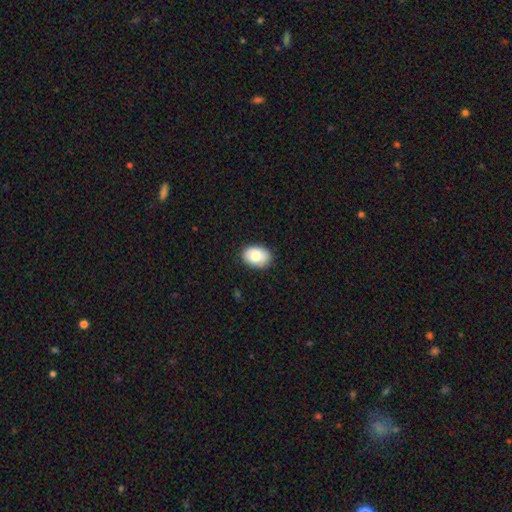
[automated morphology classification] Smooth or featured: smooth — 80% (featured or disk — 13%)
How rounded: in between — 81% (round — 18%)
Merging: none — 82% (minor disturbance — 14%)